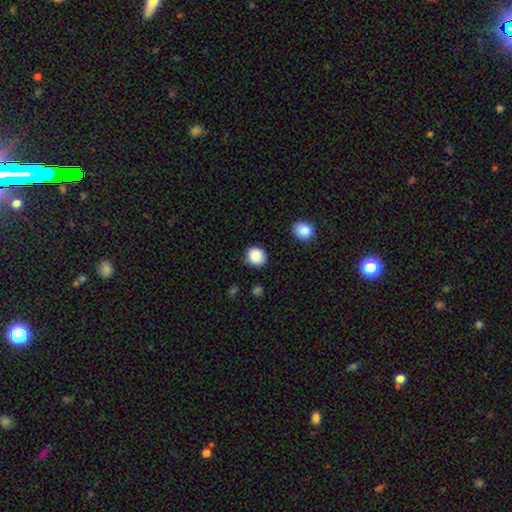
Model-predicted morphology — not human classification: smooth_or_featured: smooth (p=0.88) [alt: star or artifact p=0.09]
how_rounded: round (p=0.80) [alt: in between p=0.19]
merging: none (p=0.85) [alt: minor disturbance p=0.10]